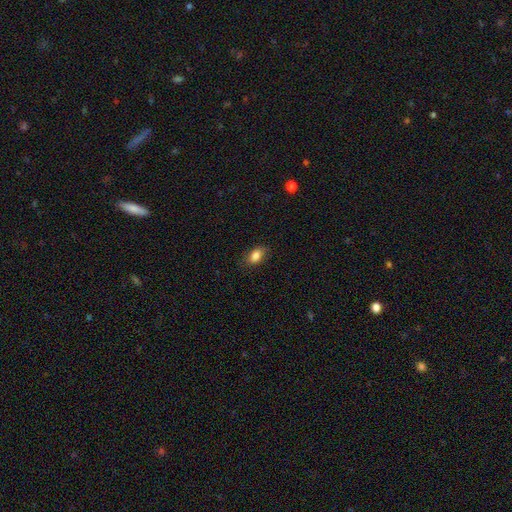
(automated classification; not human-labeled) A smooth galaxy with no disk features (86%) that is in between round and cigar-shaped (86%).

Vote fractions:
- Smooth or featured? smooth: 86% / star or artifact: 8% / featured or disk: 6%
- How rounded? in between: 86% / round: 11% / cigar-shaped: 3%
- Merging? none: 82% / minor disturbance: 14% / major disturbance: 3% / merger: 1%